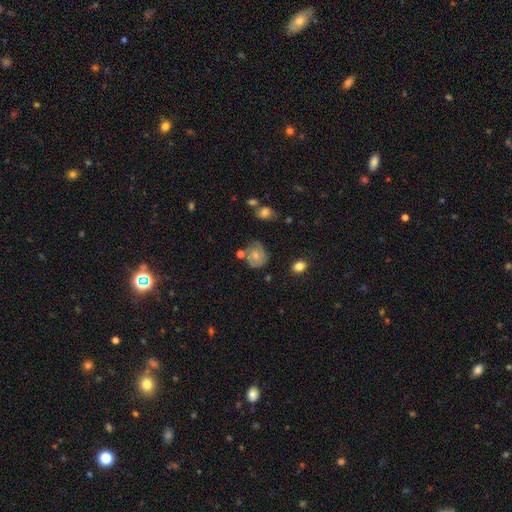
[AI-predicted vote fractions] The model was most divided on "smooth or featured": featured or disk: 47%, smooth: 44%, star or artifact: 9%. More confident: merging — none (57%).